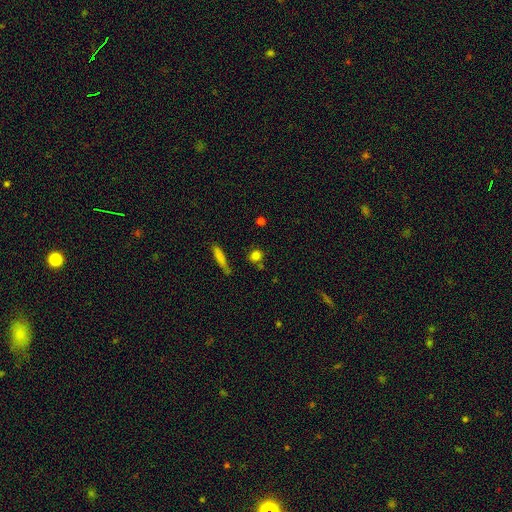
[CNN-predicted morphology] Smooth or featured? smooth (79%)
How rounded? round (70%)
Merging? none (76%)